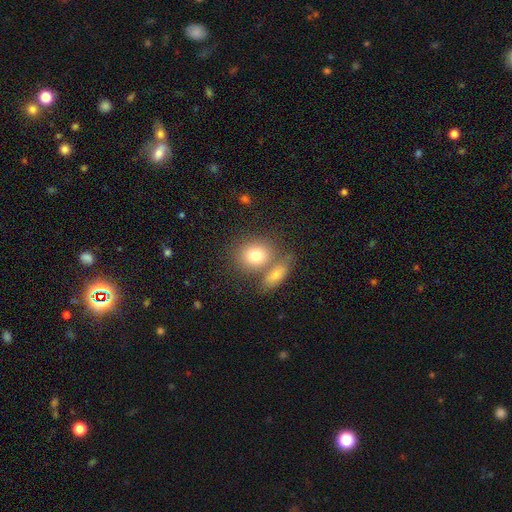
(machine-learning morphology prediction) type=smooth (78%); roundness=round (60%); merging=none (52%).